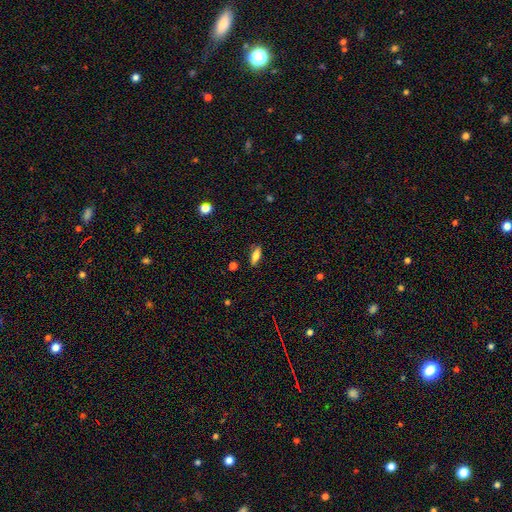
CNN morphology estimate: This appears to be a smooth galaxy with no disk features (71%) that is in between round and cigar-shaped (66%). Merging: none (83%).